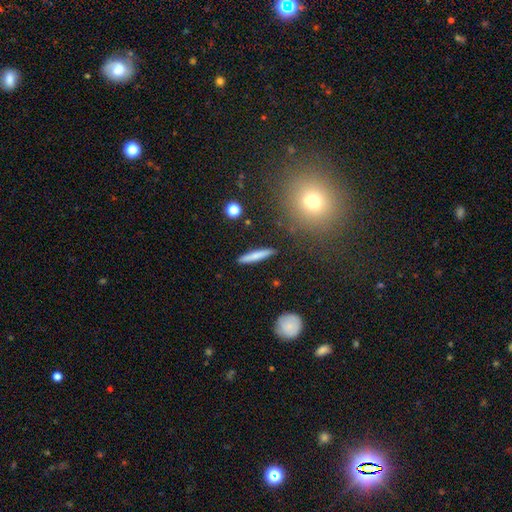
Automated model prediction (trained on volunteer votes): smooth 72%, featured or disk 22%, star or artifact 6%. Down the decision tree: how rounded — cigar-shaped (93%); merging — none (90%).